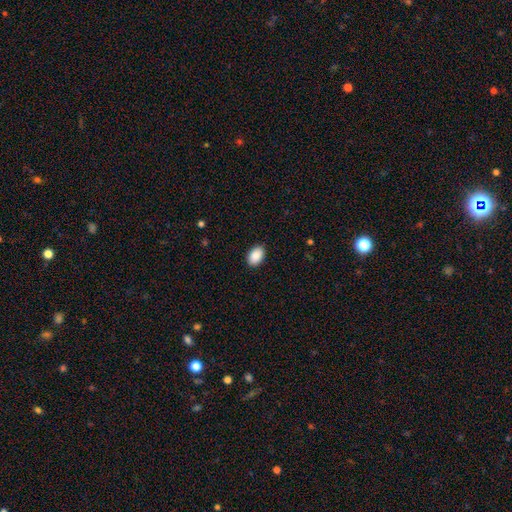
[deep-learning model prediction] smooth-or-featured: smooth: 90% | star or artifact: 7% | featured or disk: 3%
  how-rounded: in between: 90% | round: 9% | cigar-shaped: 1%
  merging: none: 90% | minor disturbance: 8% | major disturbance: 2% | merger: 1%